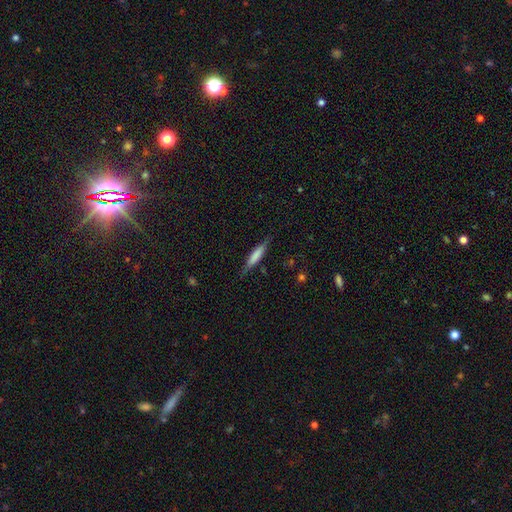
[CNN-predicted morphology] smooth 59%, featured or disk 35%, star or artifact 6%. Down the decision tree: how rounded — cigar-shaped (85%); merging — none (81%).